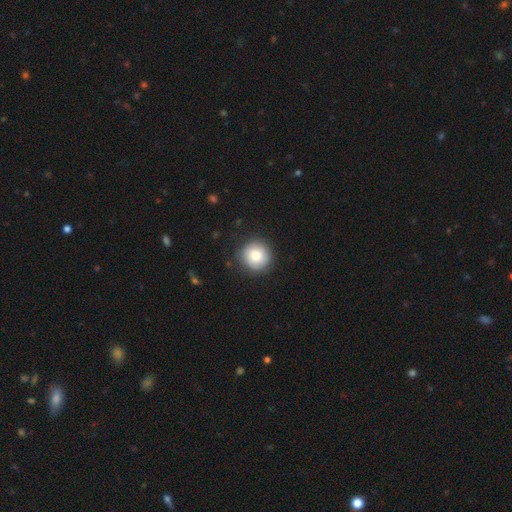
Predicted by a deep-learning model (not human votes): Smooth or featured: smooth — 82% (featured or disk — 10%)
How rounded: round — 93% (in between — 6%)
Merging: none — 86% (minor disturbance — 10%)